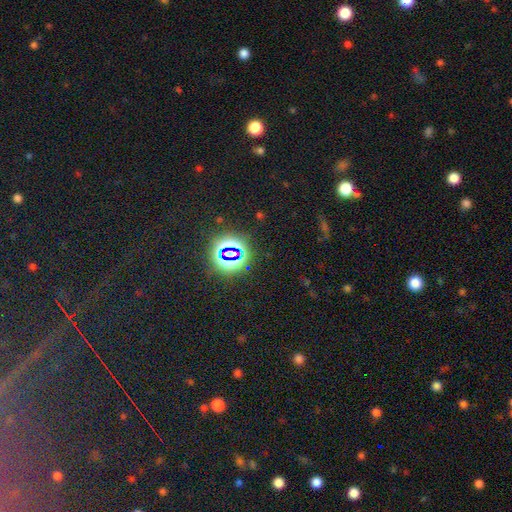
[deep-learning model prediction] A star or artifact, not a galaxy (79%).

Vote fractions:
- Smooth or featured? star or artifact: 79% / smooth: 14% / featured or disk: 7%